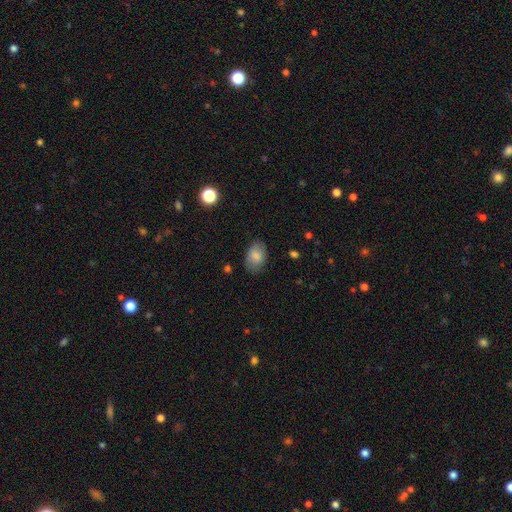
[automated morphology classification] Q: Smooth or featured?
A: smooth (83%); runner-up: featured or disk (9%)
Q: How rounded?
A: in between (87%); runner-up: round (12%)
Q: Merging?
A: none (80%); runner-up: minor disturbance (15%)